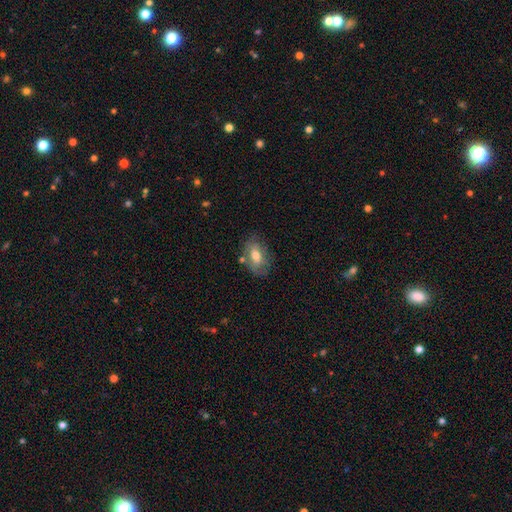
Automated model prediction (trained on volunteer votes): This appears to be a smooth galaxy with no disk features (60%) that is in between round and cigar-shaped (87%). Merging: none (64%).